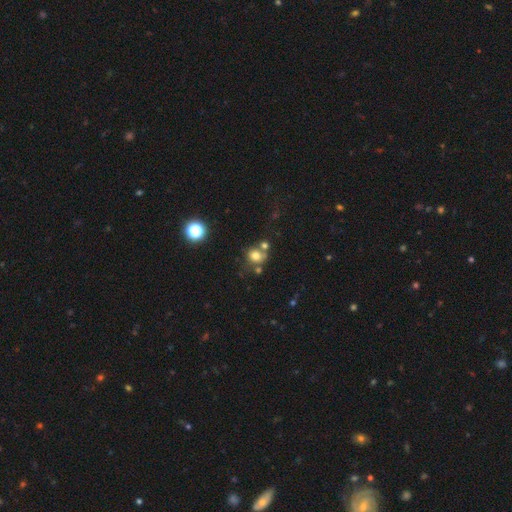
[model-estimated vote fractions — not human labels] A smooth galaxy with no disk features (73%) that is round (67%). Merging: none (52%).